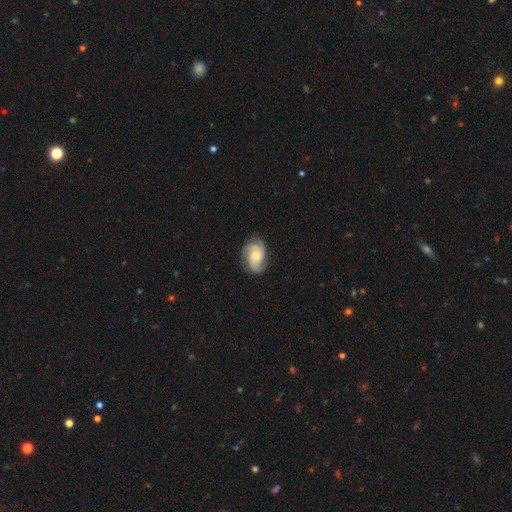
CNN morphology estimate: Overall: featured or disk (74%). Edge-on disk: no (97%). Bar: no (72%). Spiral arms: yes (96%). Spiral arm count: 3 (52%; 2 25%). Spiral winding: medium (47%; tight 34%). Bulge size: moderate (55%; small 32%). Merging: none (73%).